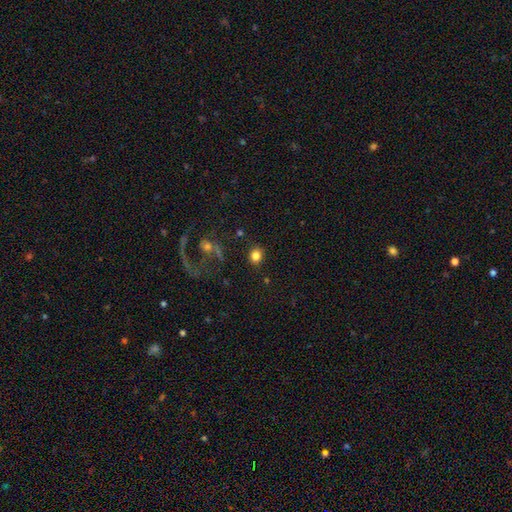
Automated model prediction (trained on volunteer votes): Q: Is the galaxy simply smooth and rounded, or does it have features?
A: smooth — 81%.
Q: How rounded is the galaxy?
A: round — 72%.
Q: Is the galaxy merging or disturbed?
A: none — 87%.